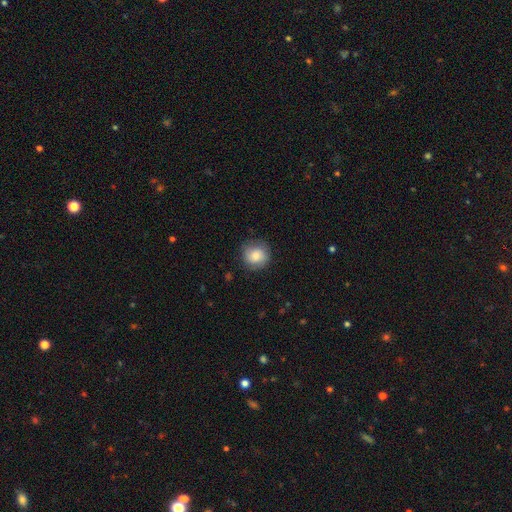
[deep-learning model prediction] smooth 80%, featured or disk 13%, star or artifact 8%. Down the decision tree: how rounded — round (89%); merging — none (80%).